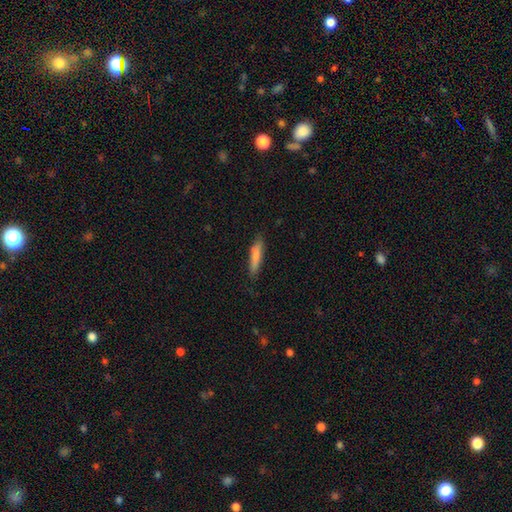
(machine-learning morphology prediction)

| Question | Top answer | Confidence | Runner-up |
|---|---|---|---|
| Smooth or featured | smooth | 80% | featured or disk (14%) |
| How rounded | cigar-shaped | 81% | in between (17%) |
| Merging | none | 80% | minor disturbance (16%) |